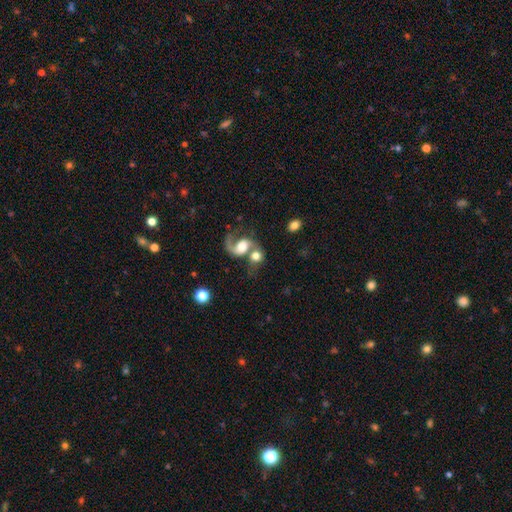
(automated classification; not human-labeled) Morphology: type=featured or disk (57%); edge-on=no (97%); bar=no (60%); spiral arms=yes (85%); bulge=large (39%); merging=merger (59%).